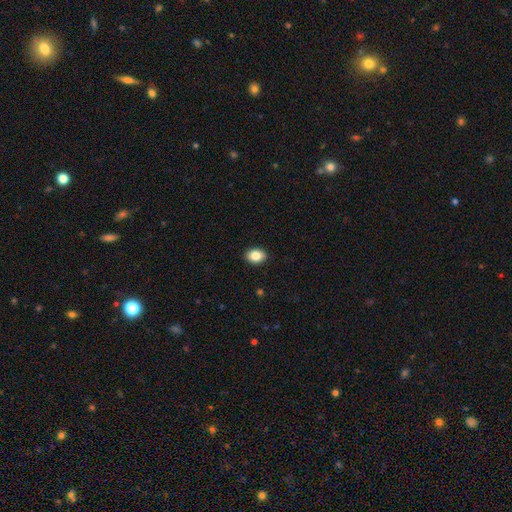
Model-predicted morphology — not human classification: smooth-or-featured: smooth: 85% | star or artifact: 8% | featured or disk: 6%
  how-rounded: in between: 70% | round: 29% | cigar-shaped: 1%
  merging: none: 91% | minor disturbance: 7% | major disturbance: 2% | merger: 1%